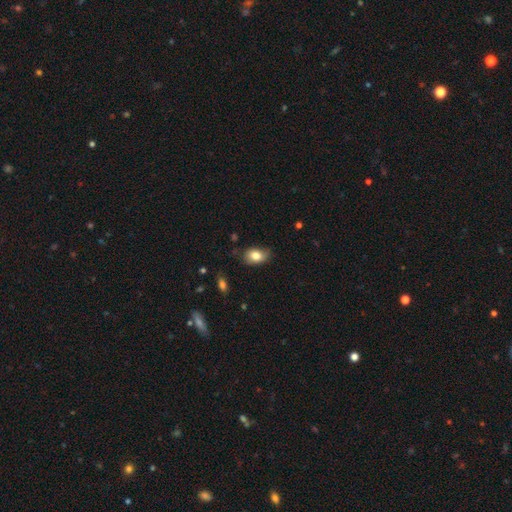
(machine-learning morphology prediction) The model was most divided on "merging": none: 64%, minor disturbance: 28%, major disturbance: 6%, merger: 2%. More confident: how rounded — in between (82%); smooth or featured — smooth (81%).